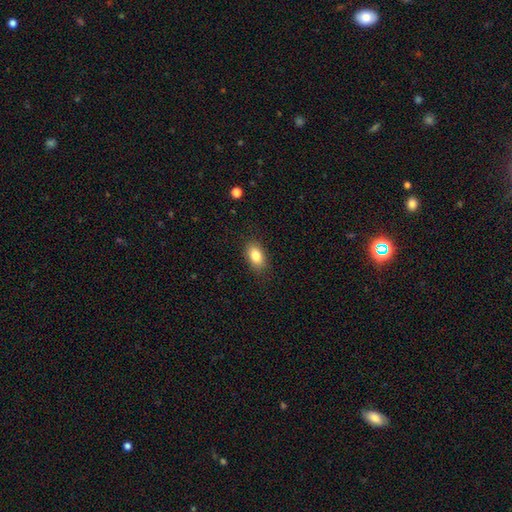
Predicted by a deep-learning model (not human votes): smooth_or_featured: smooth (p=0.83) [alt: featured or disk p=0.09]
how_rounded: in between (p=0.88) [alt: round p=0.09]
merging: none (p=0.86) [alt: minor disturbance p=0.11]